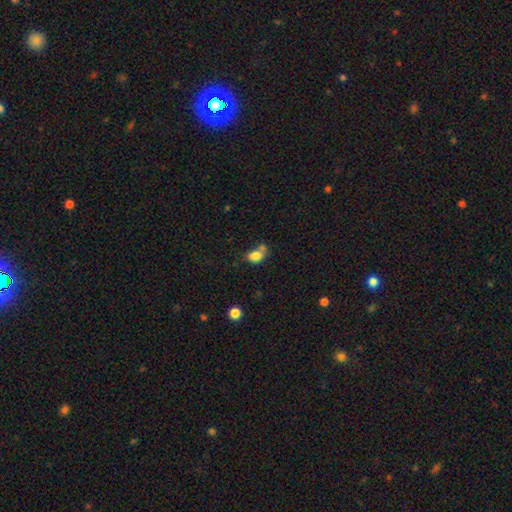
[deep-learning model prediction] Smooth or featured: smooth — 81% (star or artifact — 10%)
How rounded: in between — 71% (round — 27%)
Merging: none — 39% (merger — 35%)